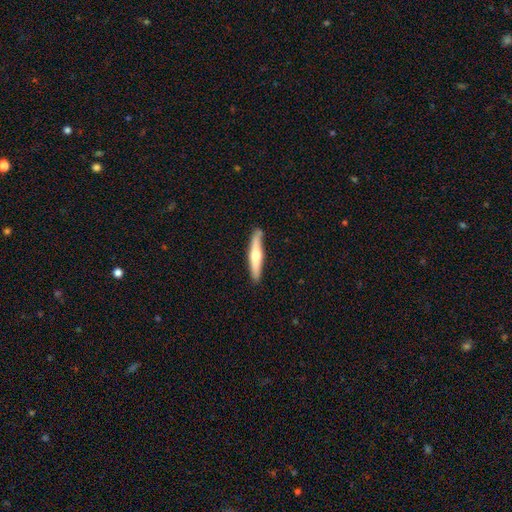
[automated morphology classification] Q: Smooth or featured?
A: smooth (52%); runner-up: featured or disk (43%)
Q: How rounded?
A: cigar-shaped (90%); runner-up: in between (9%)
Q: Merging?
A: none (85%); runner-up: minor disturbance (11%)